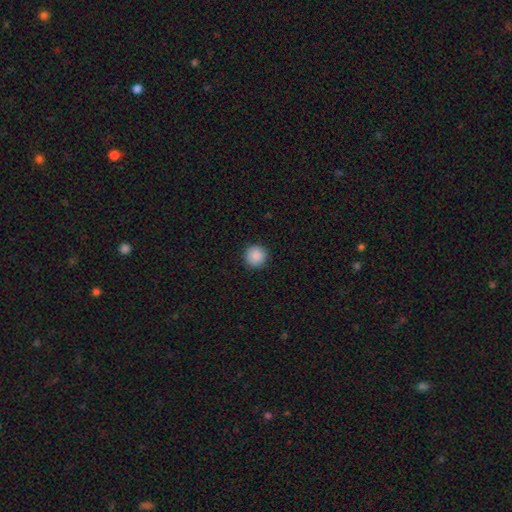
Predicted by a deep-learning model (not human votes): Overall: smooth (88%). How rounded: round (96%). Merging: none (92%).